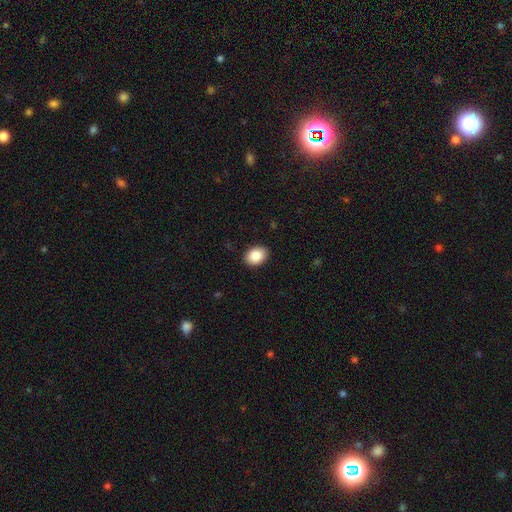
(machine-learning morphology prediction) Smooth or featured? Predicted: smooth (p=0.87). How rounded? Predicted: in between (p=0.73). Merging? Predicted: none (p=0.90).